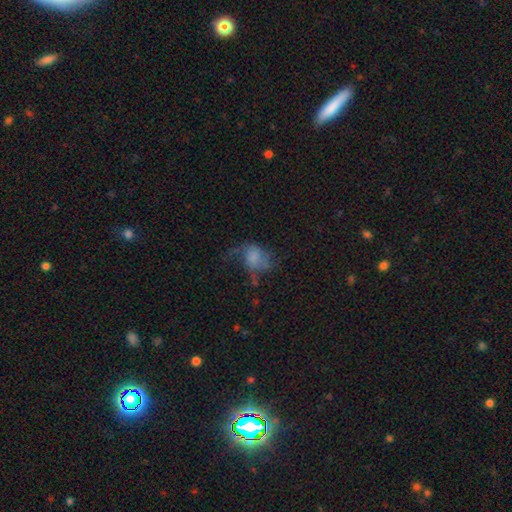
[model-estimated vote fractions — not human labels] smooth_or_featured: smooth (p=0.45) [alt: featured or disk p=0.41]
merging: major disturbance (p=0.46) [alt: none p=0.30]